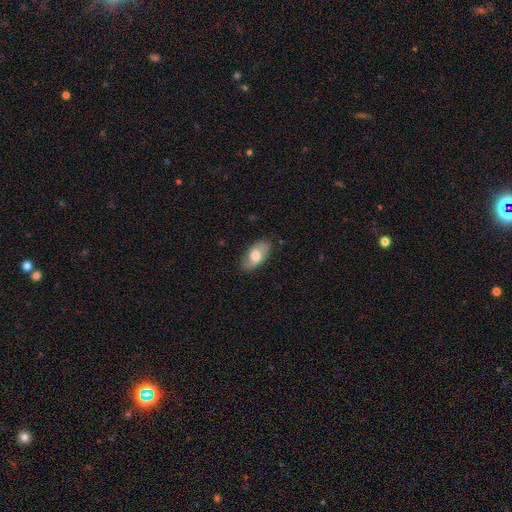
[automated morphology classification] smooth 56%, featured or disk 37%, star or artifact 7%. Down the decision tree: how rounded — in between (91%); merging — none (79%).